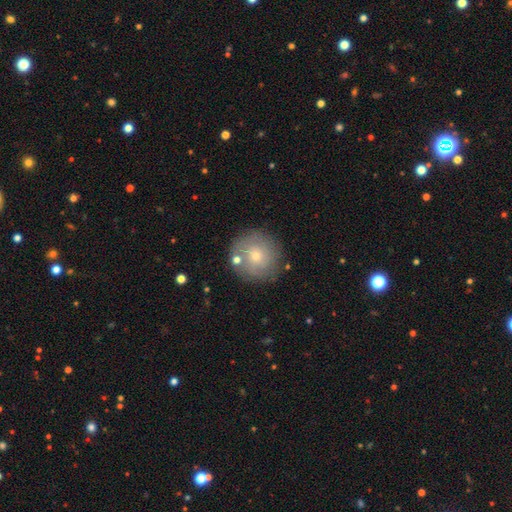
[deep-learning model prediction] A smooth galaxy with no disk features (60%) that is round (94%). Merging: none (81%).